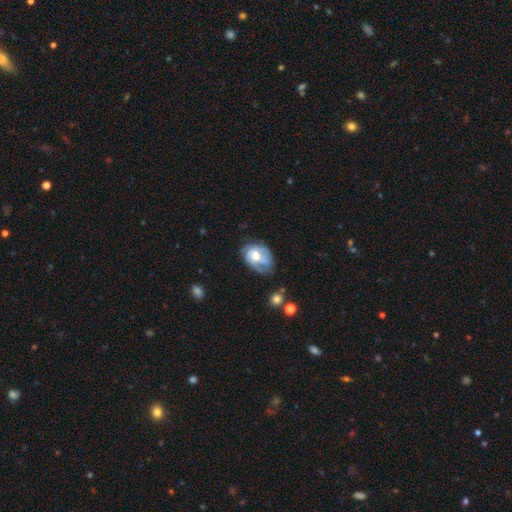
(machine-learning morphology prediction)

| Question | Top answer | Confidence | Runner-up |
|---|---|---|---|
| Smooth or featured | featured or disk | 68% | smooth (25%) |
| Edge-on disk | no | 97% | yes (3%) |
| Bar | no | 63% | weak (31%) |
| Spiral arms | yes | 81% | no (19%) |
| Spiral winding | tight | 44% | medium (39%) |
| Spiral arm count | can't tell | 33% | 2 (27%) |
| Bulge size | moderate | 65% | large (18%) |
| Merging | none | 49% | minor disturbance (29%) |